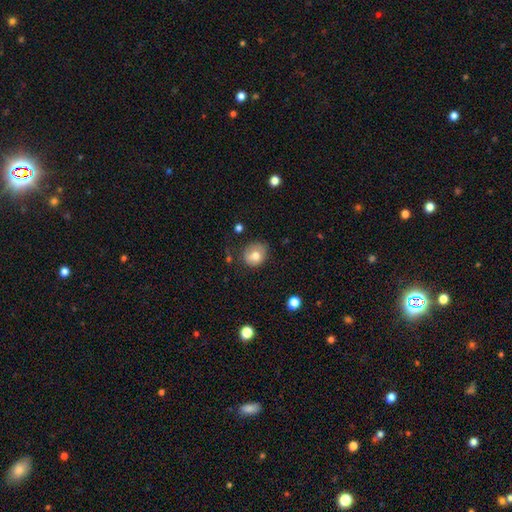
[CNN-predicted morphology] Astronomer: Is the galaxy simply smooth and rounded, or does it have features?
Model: smooth — 75%.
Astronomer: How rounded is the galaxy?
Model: round — 66%.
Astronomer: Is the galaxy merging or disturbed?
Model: none — 63%.